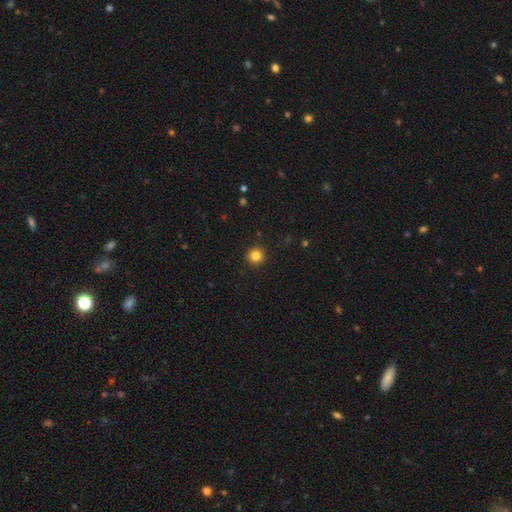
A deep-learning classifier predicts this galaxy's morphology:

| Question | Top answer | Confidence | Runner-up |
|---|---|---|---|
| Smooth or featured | smooth | 83% | star or artifact (12%) |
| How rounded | round | 95% | in between (4%) |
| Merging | none | 93% | minor disturbance (5%) |